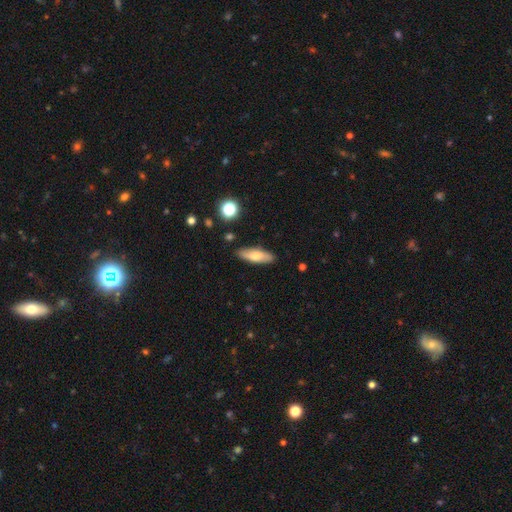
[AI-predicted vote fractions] Overall: smooth (67%). How rounded: in between (50%; cigar-shaped 48%). Merging: none (87%).